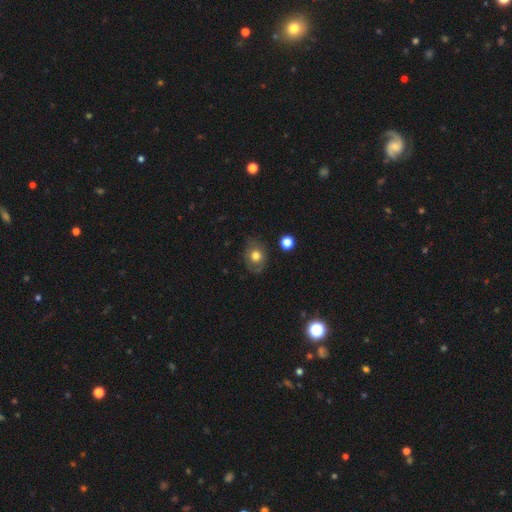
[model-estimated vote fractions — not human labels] Q: Smooth or featured?
A: smooth (63%); runner-up: featured or disk (27%)
Q: How rounded?
A: round (52%); runner-up: in between (47%)
Q: Merging?
A: none (73%); runner-up: minor disturbance (19%)